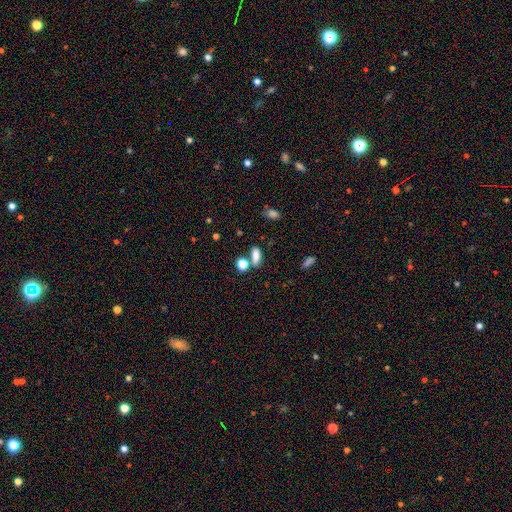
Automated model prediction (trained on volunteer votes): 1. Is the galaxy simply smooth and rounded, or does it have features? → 79% smooth, 13% star or artifact, 8% featured or disk.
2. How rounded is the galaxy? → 68% in between, 17% cigar-shaped, 15% round.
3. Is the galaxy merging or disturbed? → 58% none, 24% merger, 12% minor disturbance, 5% major disturbance.